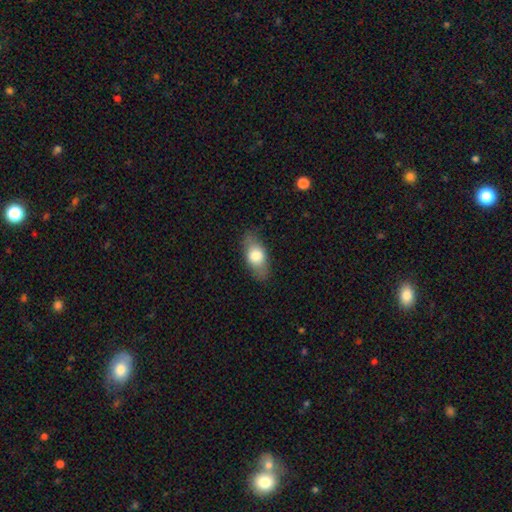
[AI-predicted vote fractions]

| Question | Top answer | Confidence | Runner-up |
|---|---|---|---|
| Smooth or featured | smooth | 71% | featured or disk (22%) |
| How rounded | in between | 85% | cigar-shaped (9%) |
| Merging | none | 81% | minor disturbance (14%) |